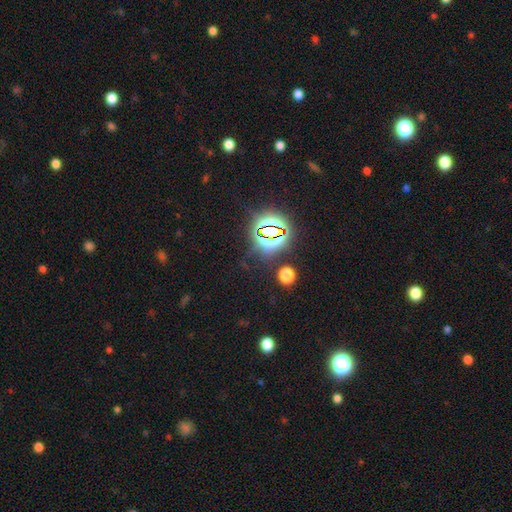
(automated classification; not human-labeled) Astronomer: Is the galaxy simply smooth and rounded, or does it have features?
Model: star or artifact — 80%.